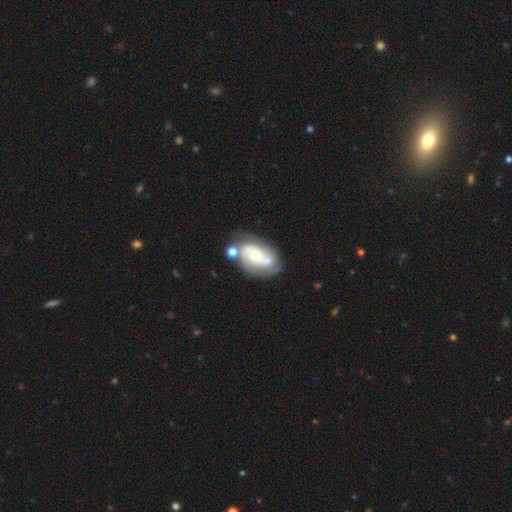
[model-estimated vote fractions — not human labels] Smooth or featured?
  - featured or disk: 65% *
  - smooth: 28%
  - star or artifact: 7%
Edge-on disk?
  - no: 96% *
  - yes: 4%
Bar?
  - no: 73% *
  - weak: 21%
  - strong: 6%
Spiral arms?
  - yes: 76% *
  - no: 24%
Bulge size?
  - small: 53% *
  - moderate: 34%
  - large: 6%
  - none: 4%
  - dominant: 2%
Merging?
  - none: 45% *
  - minor disturbance: 22%
  - merger: 21%
  - major disturbance: 12%